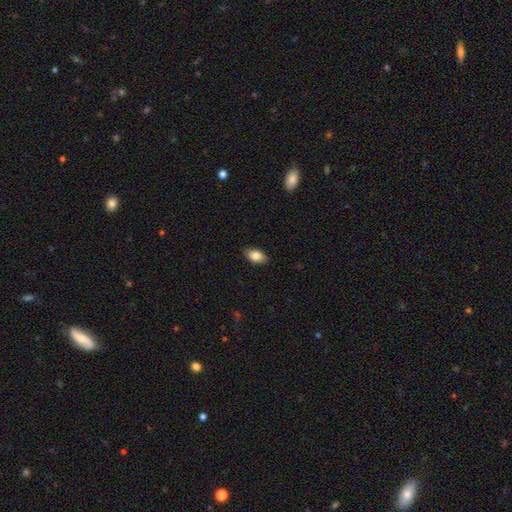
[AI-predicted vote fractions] Overall: smooth (84%). How rounded: in between (91%). Merging: none (88%).